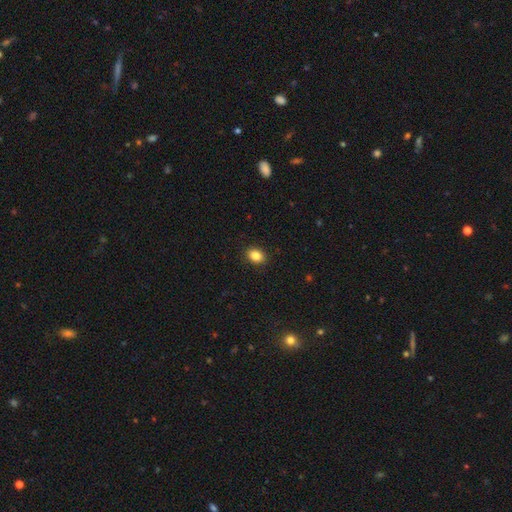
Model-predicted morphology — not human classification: Smooth or featured?
  - smooth: 85% *
  - star or artifact: 10%
  - featured or disk: 5%
How rounded?
  - in between: 63% *
  - round: 36%
  - cigar-shaped: 1%
Merging?
  - none: 90% *
  - minor disturbance: 7%
  - major disturbance: 2%
  - merger: 1%